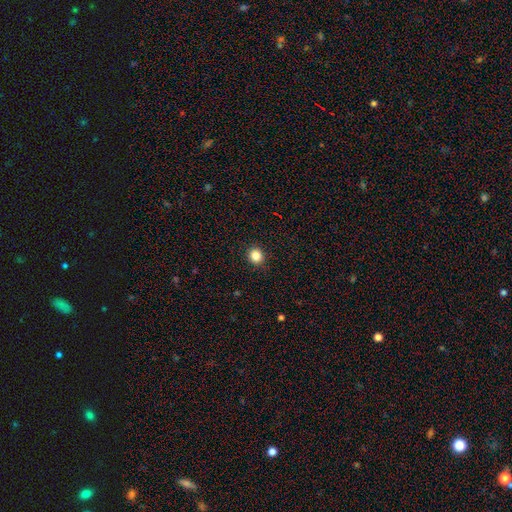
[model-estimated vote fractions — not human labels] This is clearly a smooth galaxy (84%). How rounded: clearly round (83%). Merging: clearly none (92%).